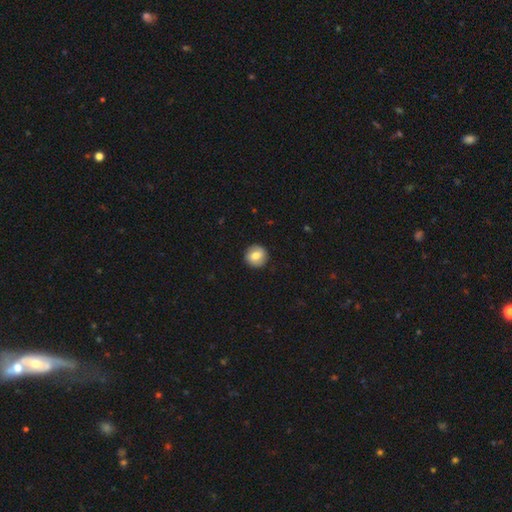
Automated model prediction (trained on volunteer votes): This is likely a smooth galaxy (74%). How rounded: clearly round (92%). Merging: clearly none (90%).